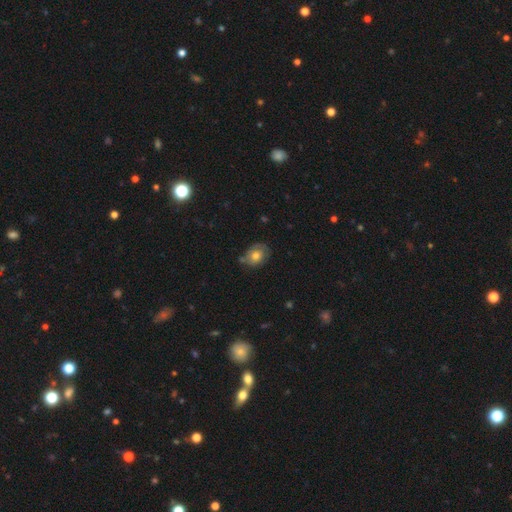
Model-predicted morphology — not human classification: This is likely a smooth galaxy (63%). How rounded: possibly in between (53%). Merging: likely none (64%).